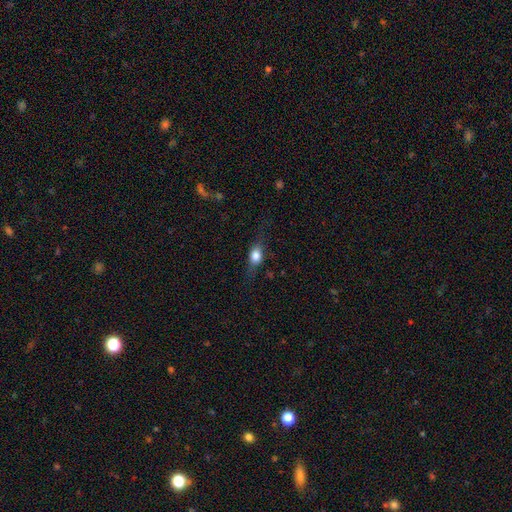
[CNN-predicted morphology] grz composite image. It shows a smooth galaxy with no disk features (67%) that is in between round and cigar-shaped (62%). Merging: none (70%).